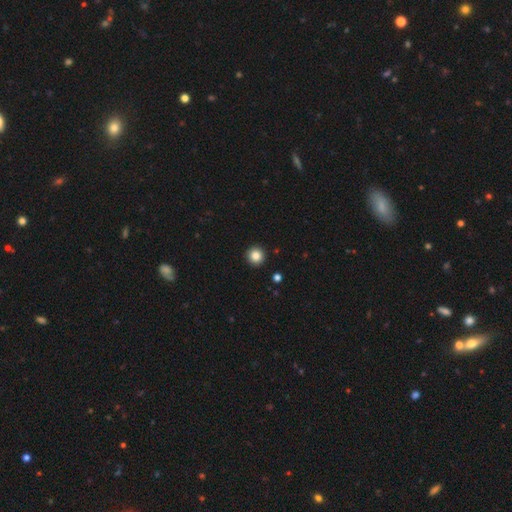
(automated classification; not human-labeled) Smooth or featured: smooth — 85% (star or artifact — 10%)
How rounded: round — 95% (in between — 4%)
Merging: none — 93% (minor disturbance — 4%)